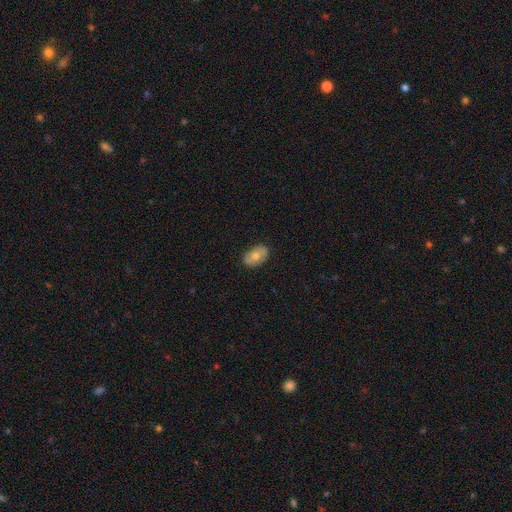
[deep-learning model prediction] Smooth or featured: smooth — 64% (featured or disk — 29%)
How rounded: in between — 86% (round — 12%)
Merging: none — 84% (minor disturbance — 12%)